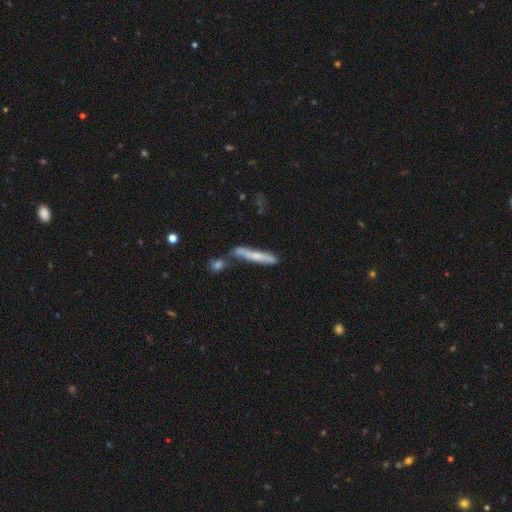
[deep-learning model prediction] This appears to be a smooth galaxy with no disk features (54%) that is cigar-shaped (92%). Merging: none (54%).